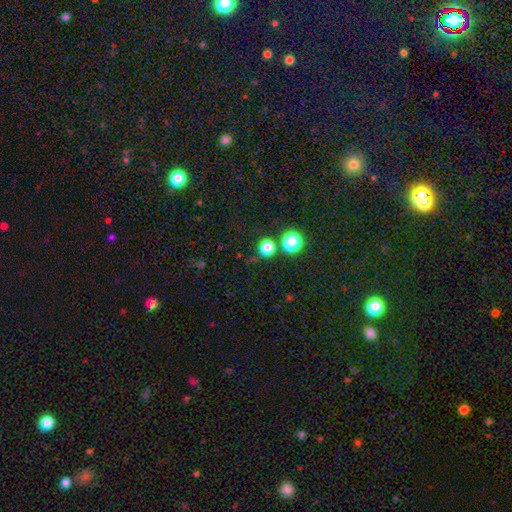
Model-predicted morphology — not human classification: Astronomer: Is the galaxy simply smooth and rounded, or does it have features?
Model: star or artifact — 70%.